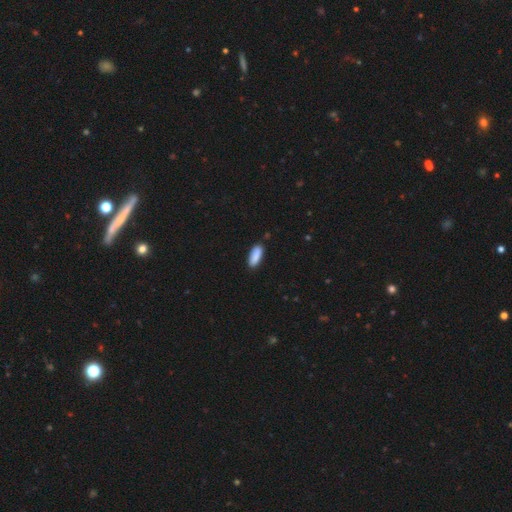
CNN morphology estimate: Smooth or featured: smooth — 89% (star or artifact — 6%)
How rounded: in between — 69% (cigar-shaped — 29%)
Merging: none — 86% (minor disturbance — 11%)